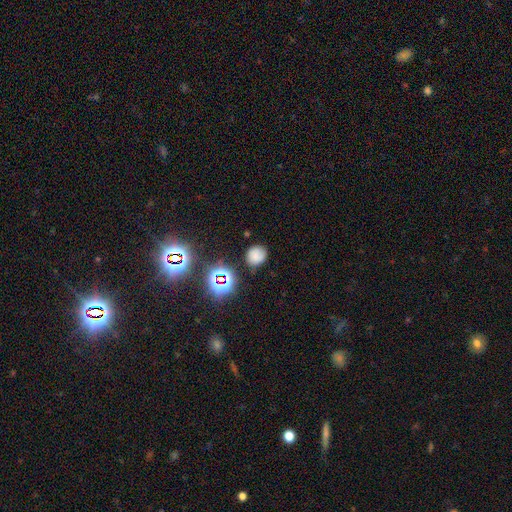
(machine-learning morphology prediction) A smooth galaxy with no disk features (66%) that is round (78%).

Vote fractions:
- Smooth or featured? smooth: 66% / star or artifact: 21% / featured or disk: 12%
- How rounded? round: 78% / in between: 21% / cigar-shaped: 1%
- Merging? none: 75% / minor disturbance: 17% / major disturbance: 5% / merger: 3%